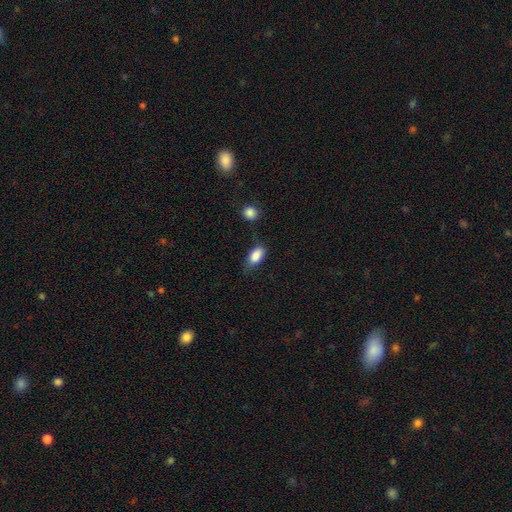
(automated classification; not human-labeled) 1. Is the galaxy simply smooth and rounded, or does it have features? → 86% smooth, 8% star or artifact, 6% featured or disk.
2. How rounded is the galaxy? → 89% in between, 6% round, 5% cigar-shaped.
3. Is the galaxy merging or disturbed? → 61% none, 26% minor disturbance, 8% major disturbance, 5% merger.